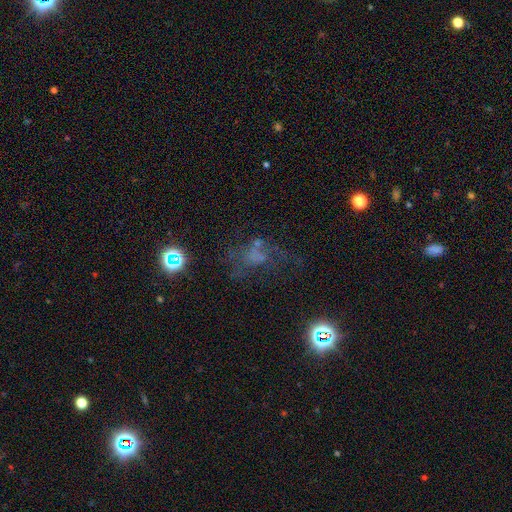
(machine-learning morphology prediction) smooth_or_featured: featured or disk (p=0.38) [alt: smooth p=0.32]
merging: none (p=0.41) [alt: major disturbance p=0.32]